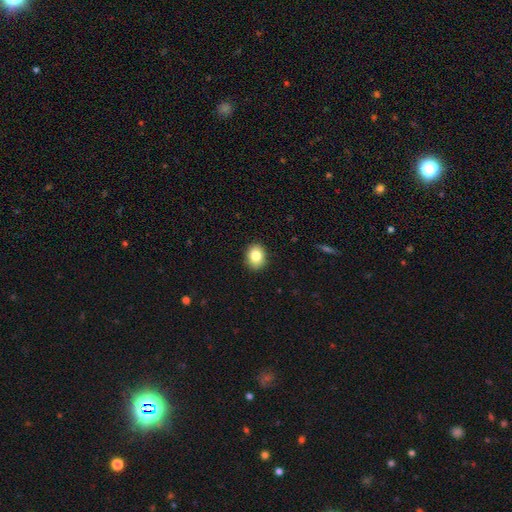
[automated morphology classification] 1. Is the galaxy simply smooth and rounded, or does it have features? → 82% smooth, 9% star or artifact, 8% featured or disk.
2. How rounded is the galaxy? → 53% round, 46% in between, 1% cigar-shaped.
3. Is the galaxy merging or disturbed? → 90% none, 7% minor disturbance, 2% major disturbance, 1% merger.